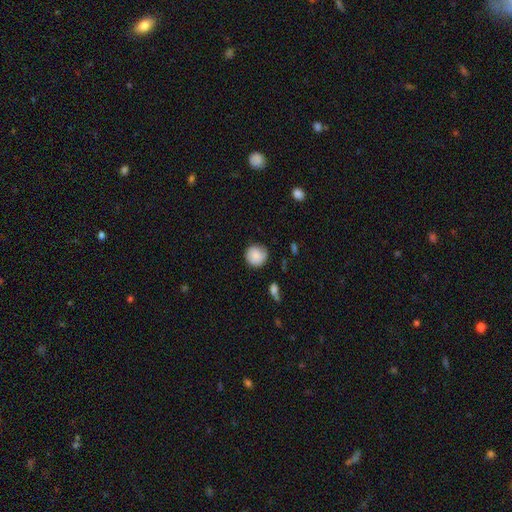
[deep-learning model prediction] This appears to be a smooth galaxy with no disk features (79%) that is round (90%). Merging: none (75%).